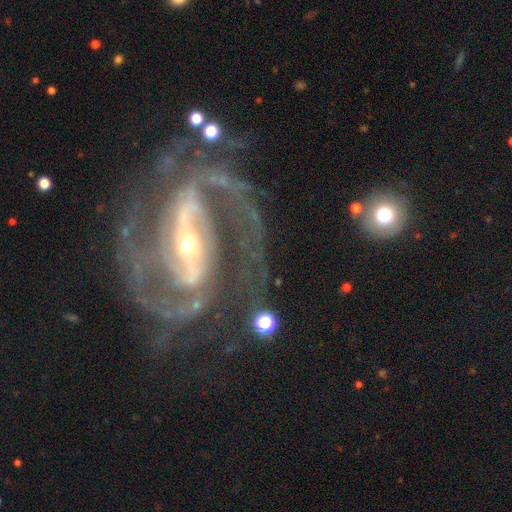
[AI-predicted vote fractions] Smooth or featured? Predicted: featured or disk (p=0.92). Edge-on disk? Predicted: no (p=0.97). Bar? Predicted: strong (p=0.65). Spiral arms? Predicted: yes (p=0.98). Spiral winding? Predicted: medium (p=0.55). Spiral arm count? Predicted: 2 (p=0.86). Bulge size? Predicted: small (p=0.62). Merging? Predicted: none (p=0.68).